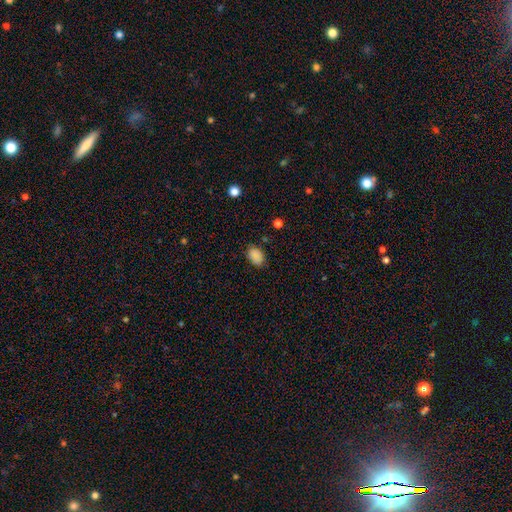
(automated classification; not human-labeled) Smooth or featured? smooth (88%)
How rounded? in between (84%)
Merging? none (82%)